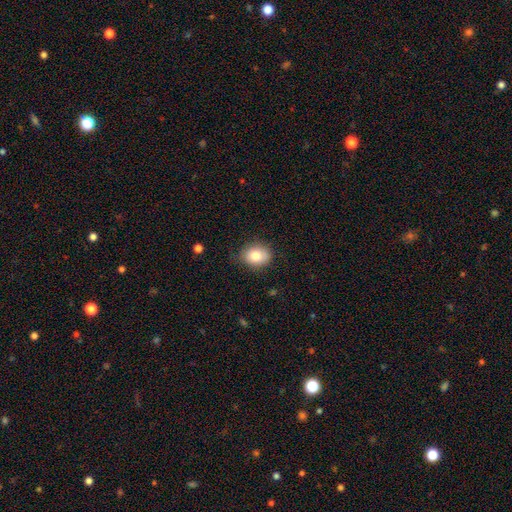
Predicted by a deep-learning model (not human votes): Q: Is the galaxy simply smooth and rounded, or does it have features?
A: smooth — 81%.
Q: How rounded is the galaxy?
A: in between — 57%.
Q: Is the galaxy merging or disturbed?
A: none — 77%.